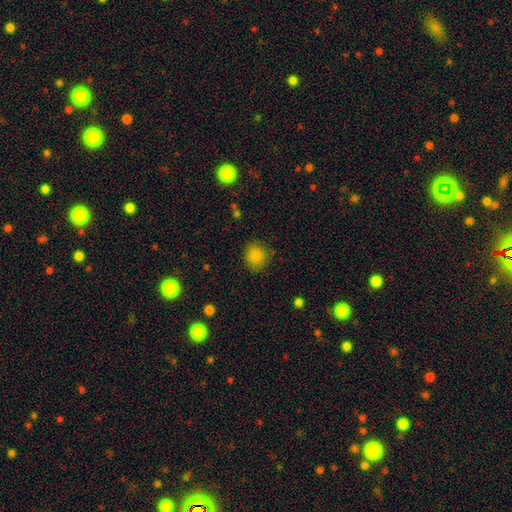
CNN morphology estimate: smooth-or-featured: smooth: 84% | star or artifact: 11% | featured or disk: 5%
  how-rounded: round: 85% | in between: 14% | cigar-shaped: 1%
  merging: none: 85% | minor disturbance: 10% | major disturbance: 3% | merger: 1%